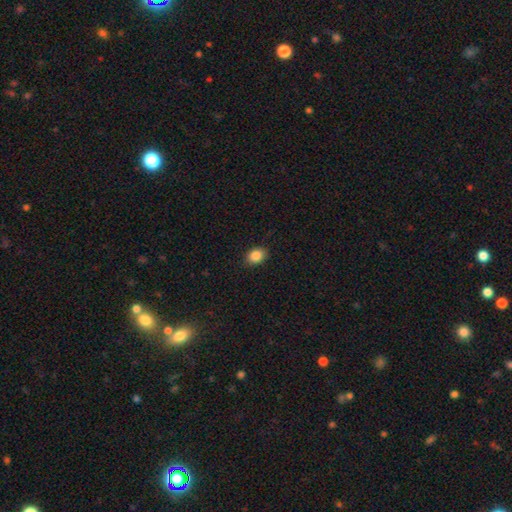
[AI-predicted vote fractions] Overall: smooth (87%). How rounded: in between (63%; round 36%). Merging: none (88%).